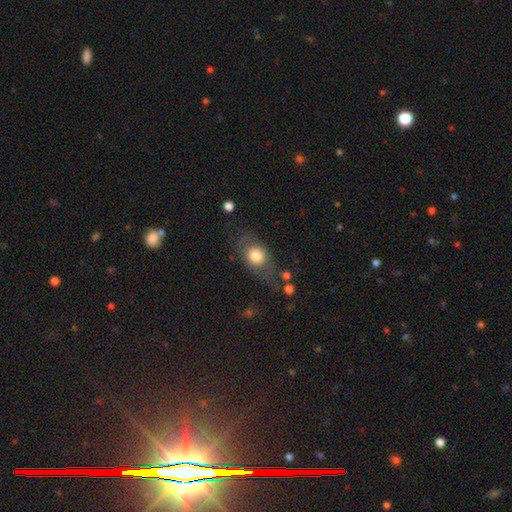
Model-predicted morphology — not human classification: This is likely a smooth galaxy (73%). How rounded: possibly in between (53%). Merging: possibly none (57%).